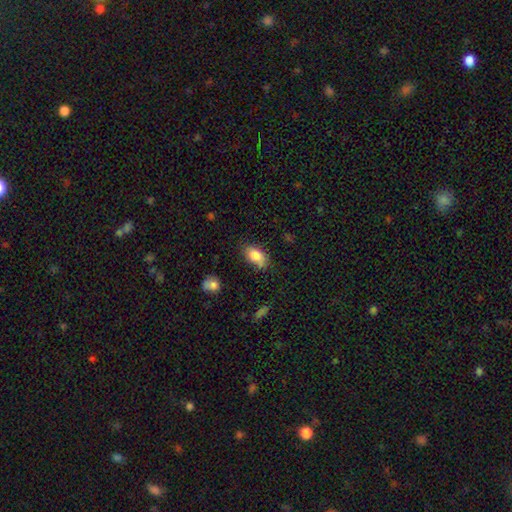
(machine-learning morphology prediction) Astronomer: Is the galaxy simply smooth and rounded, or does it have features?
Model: smooth — 83%.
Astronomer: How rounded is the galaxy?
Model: in between — 90%.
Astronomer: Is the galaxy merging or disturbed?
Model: none — 65%.